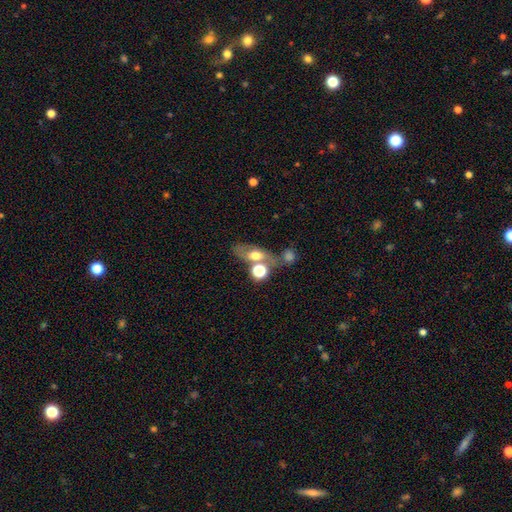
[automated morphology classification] Q: Smooth or featured?
A: smooth (54%); runner-up: featured or disk (32%)
Q: How rounded?
A: in between (69%); runner-up: round (20%)
Q: Merging?
A: none (47%); runner-up: merger (30%)